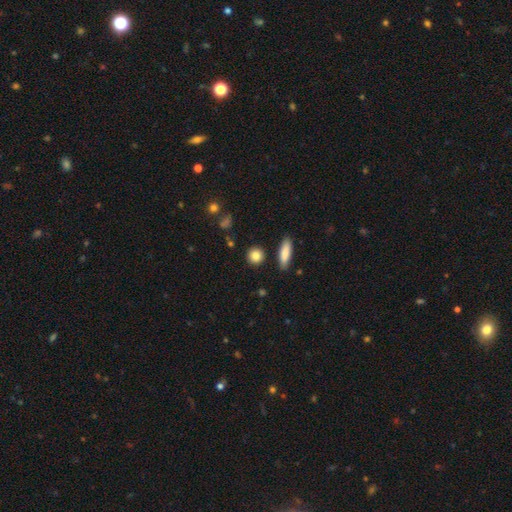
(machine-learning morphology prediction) smooth_or_featured: smooth (p=0.84) [alt: star or artifact p=0.08]
how_rounded: round (p=0.82) [alt: in between p=0.14]
merging: none (p=0.87) [alt: minor disturbance p=0.07]